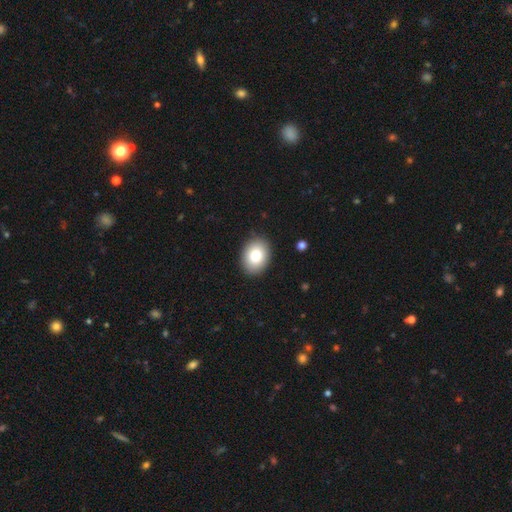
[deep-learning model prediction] smooth-or-featured: smooth: 81% | featured or disk: 11% | star or artifact: 8%
  how-rounded: in between: 67% | round: 32% | cigar-shaped: 1%
  merging: none: 89% | minor disturbance: 8% | major disturbance: 2% | merger: 1%